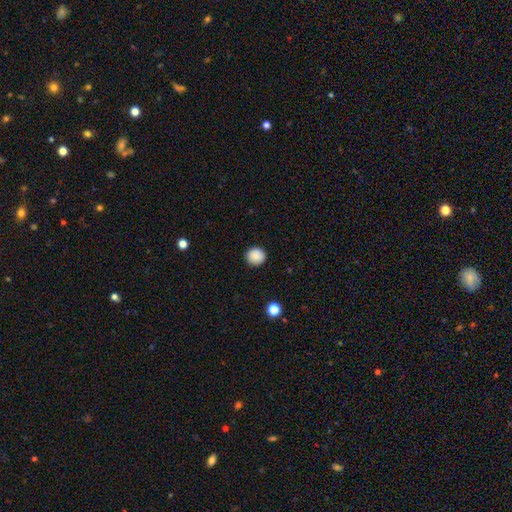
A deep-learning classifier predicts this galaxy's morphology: Overall: smooth (88%). How rounded: round (93%). Merging: none (91%).